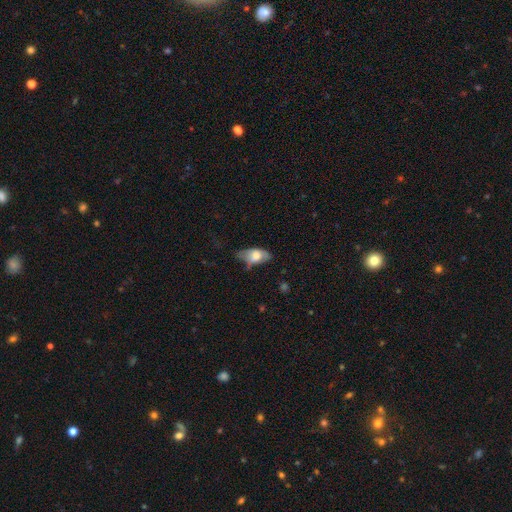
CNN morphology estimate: A smooth galaxy with no disk features (67%) that is in between round and cigar-shaped (90%). Merging: none (48%).